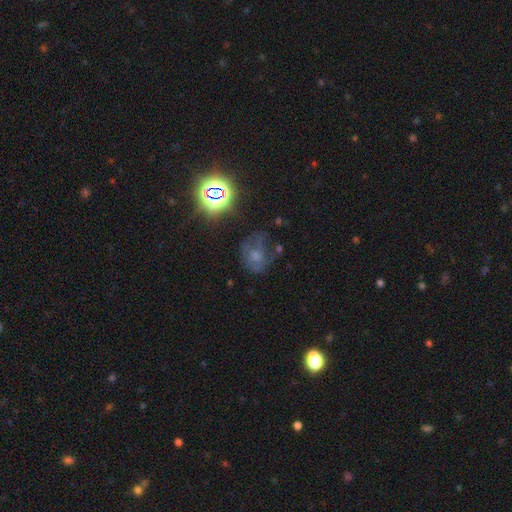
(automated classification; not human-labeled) Smooth or featured? Predicted: smooth (p=0.41). Merging? Predicted: none (p=0.44).